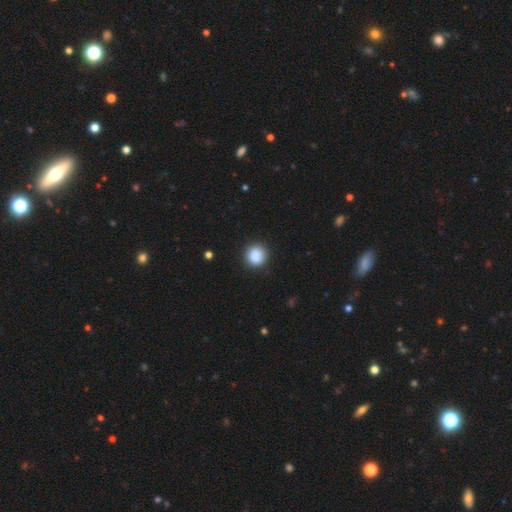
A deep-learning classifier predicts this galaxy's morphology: A smooth galaxy with no disk features (88%) that is round (92%).

Vote fractions:
- Smooth or featured? smooth: 88% / star or artifact: 8% / featured or disk: 3%
- How rounded? round: 92% / in between: 7% / cigar-shaped: 1%
- Merging? none: 89% / minor disturbance: 7% / major disturbance: 2% / merger: 1%